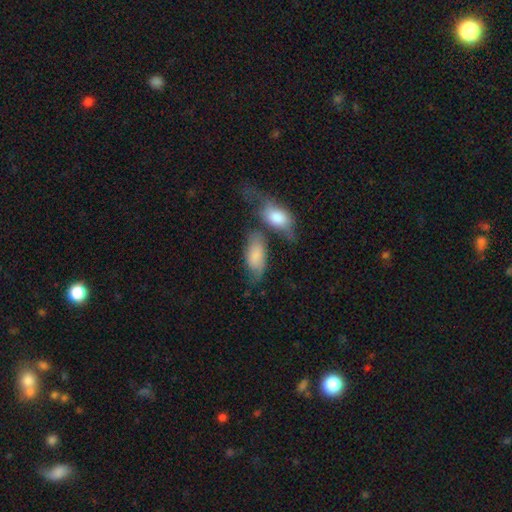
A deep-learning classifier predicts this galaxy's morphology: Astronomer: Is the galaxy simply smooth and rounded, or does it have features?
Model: smooth — 69%.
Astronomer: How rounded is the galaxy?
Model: in between — 88%.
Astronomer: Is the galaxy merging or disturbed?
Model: none — 37% (runner-up: merger, 25%).